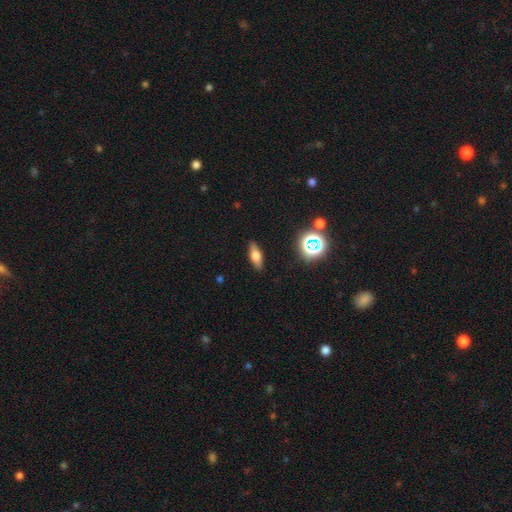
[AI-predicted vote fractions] smooth_or_featured: smooth (p=0.61) [alt: featured or disk p=0.28]
how_rounded: in between (p=0.63) [alt: cigar-shaped p=0.31]
merging: none (p=0.88) [alt: minor disturbance p=0.09]